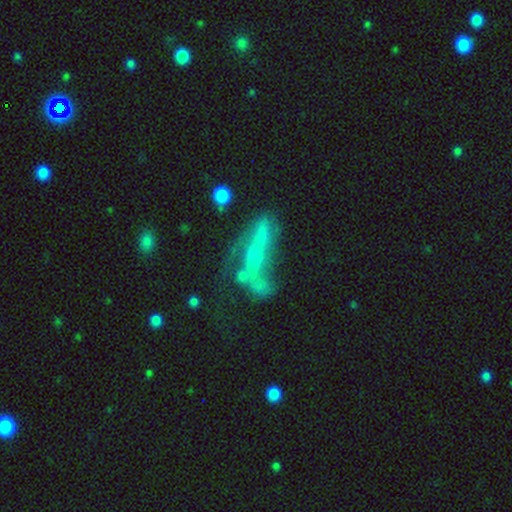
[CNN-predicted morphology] featured or disk 58%, smooth 27%, star or artifact 15%. Down the decision tree: edge-on disk — no (77%); merging — major disturbance (33%).